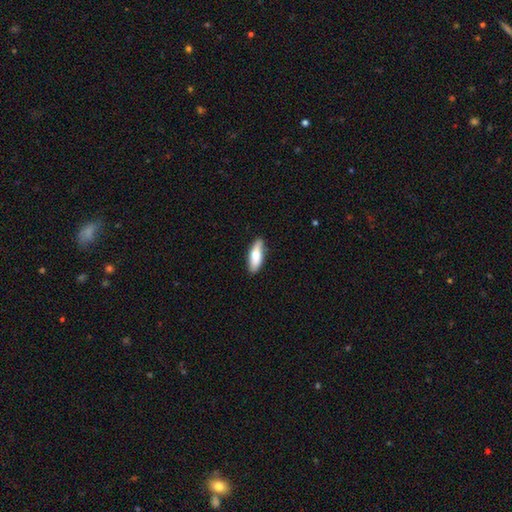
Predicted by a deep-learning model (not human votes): The model was most divided on "how rounded": in between: 60%, cigar-shaped: 38%, round: 2%. More confident: merging — none (85%); smooth or featured — smooth (74%).